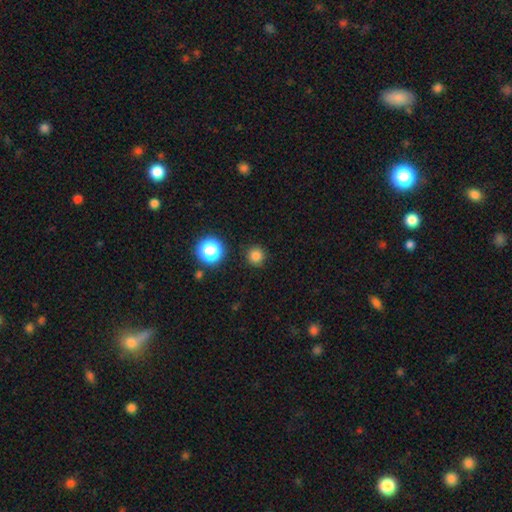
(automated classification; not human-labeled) Smooth or featured: smooth — 80% (star or artifact — 16%)
How rounded: round — 95% (in between — 4%)
Merging: none — 90% (minor disturbance — 6%)